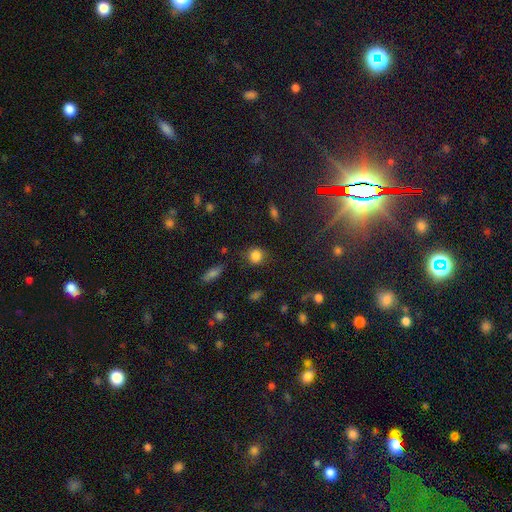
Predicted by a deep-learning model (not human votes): The model was most divided on "merging": none: 75%, minor disturbance: 17%, major disturbance: 5%, merger: 3%. More confident: smooth or featured — smooth (82%); how rounded — round (81%).